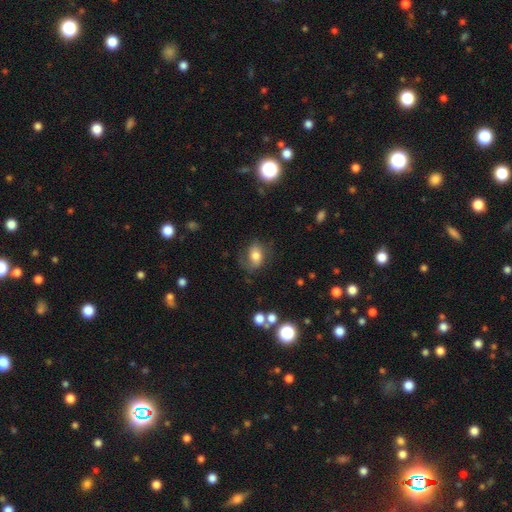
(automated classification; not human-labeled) The model was most divided on "smooth or featured": smooth: 56%, featured or disk: 34%, star or artifact: 10%. More confident: how rounded — in between (72%); merging — none (59%).